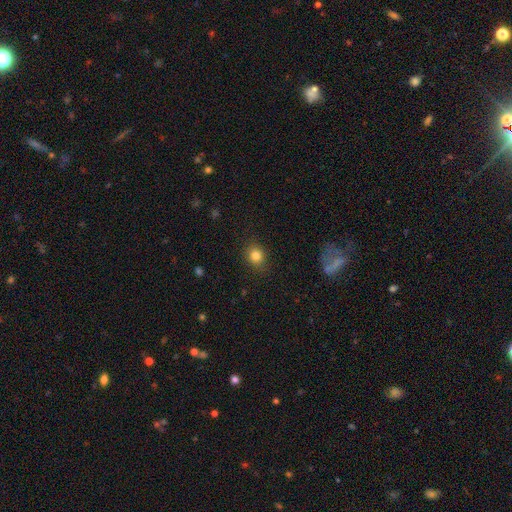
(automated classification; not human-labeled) Smooth or featured?
  - smooth: 83% *
  - star or artifact: 11%
  - featured or disk: 6%
How rounded?
  - round: 67% *
  - in between: 32%
  - cigar-shaped: 1%
Merging?
  - none: 85% *
  - minor disturbance: 10%
  - major disturbance: 3%
  - merger: 1%